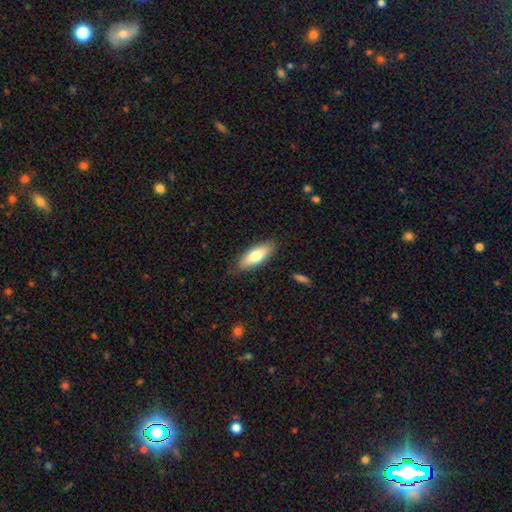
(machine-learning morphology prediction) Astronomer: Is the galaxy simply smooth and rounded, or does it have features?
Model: smooth — 73%.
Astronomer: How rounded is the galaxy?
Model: in between — 66%.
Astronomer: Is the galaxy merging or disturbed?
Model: none — 84%.